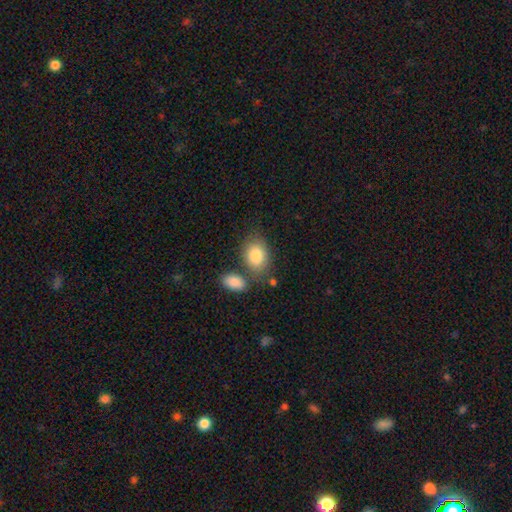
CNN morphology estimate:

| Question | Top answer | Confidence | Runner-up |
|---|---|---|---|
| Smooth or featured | smooth | 85% | featured or disk (9%) |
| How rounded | in between | 79% | round (20%) |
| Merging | none | 62% | merger (17%) |